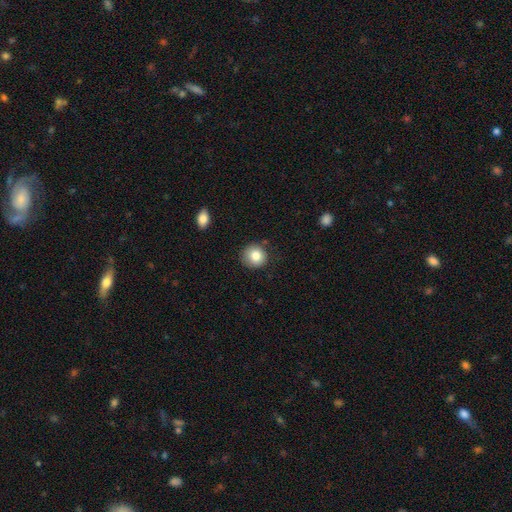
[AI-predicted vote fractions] A smooth galaxy with no disk features (83%) that is round (89%). Merging: none (82%).